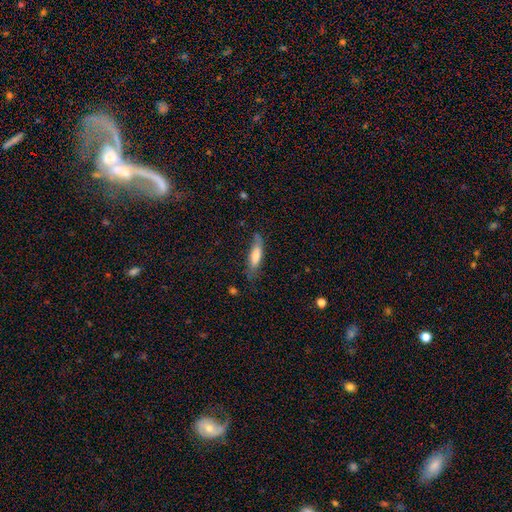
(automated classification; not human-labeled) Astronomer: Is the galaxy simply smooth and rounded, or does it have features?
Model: smooth — 71%.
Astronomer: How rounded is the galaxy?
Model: cigar-shaped — 63%.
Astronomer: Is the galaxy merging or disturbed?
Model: none — 63%.